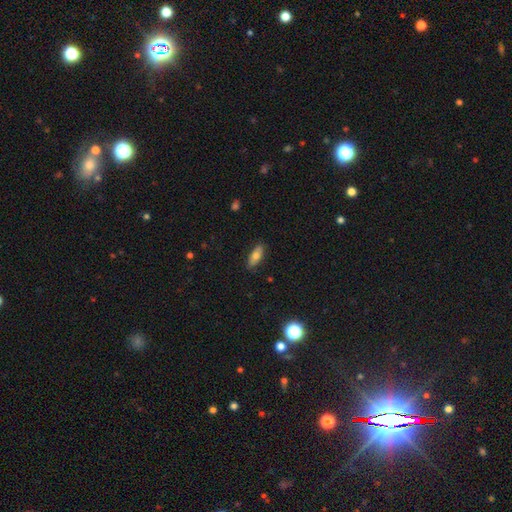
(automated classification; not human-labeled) This is likely a smooth galaxy (72%). How rounded: likely in between (72%). Merging: clearly none (86%).